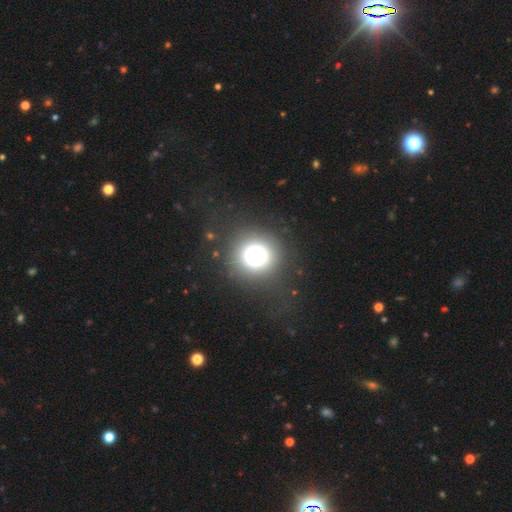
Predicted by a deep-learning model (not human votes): Smooth or featured: smooth — 77% (star or artifact — 15%)
How rounded: round — 92% (in between — 7%)
Merging: none — 80% (minor disturbance — 10%)